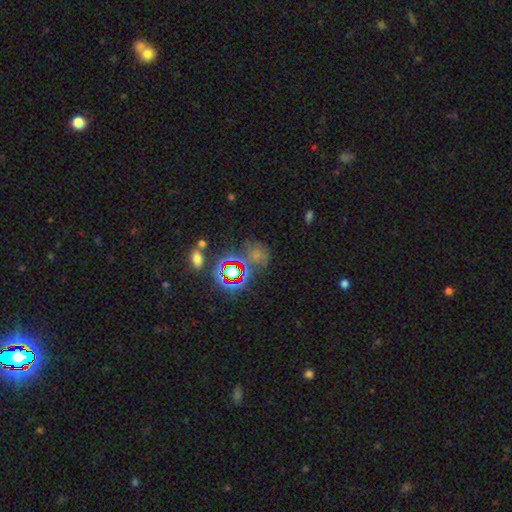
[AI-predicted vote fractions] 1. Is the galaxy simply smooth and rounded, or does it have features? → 42% star or artifact, 41% smooth, 17% featured or disk.